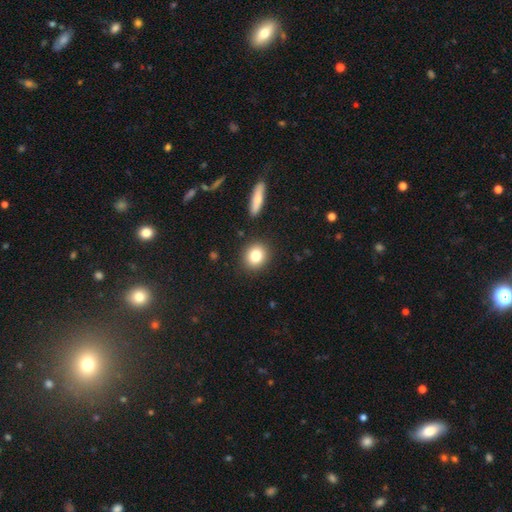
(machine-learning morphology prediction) Q: Smooth or featured?
A: smooth (81%); runner-up: star or artifact (10%)
Q: How rounded?
A: round (79%); runner-up: in between (20%)
Q: Merging?
A: none (88%); runner-up: minor disturbance (7%)